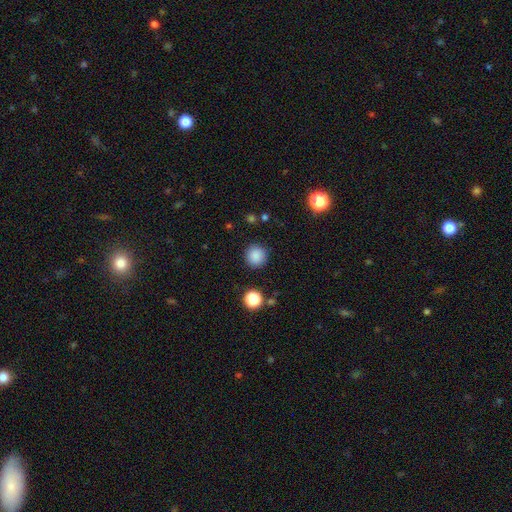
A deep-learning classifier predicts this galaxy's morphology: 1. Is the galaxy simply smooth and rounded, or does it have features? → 86% smooth, 11% star or artifact, 3% featured or disk.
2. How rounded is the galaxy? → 93% round, 6% in between, 1% cigar-shaped.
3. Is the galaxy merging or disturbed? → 89% none, 7% minor disturbance, 3% major disturbance, 2% merger.